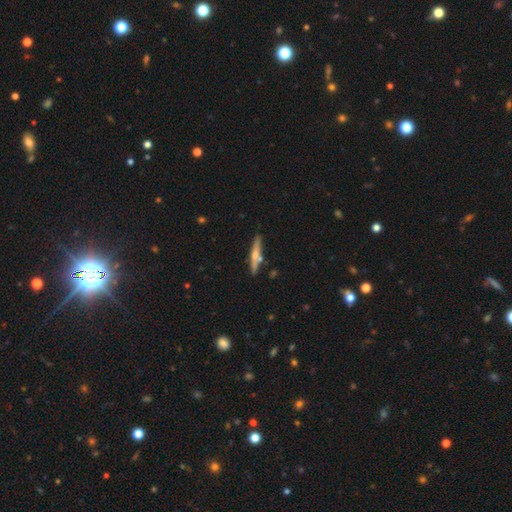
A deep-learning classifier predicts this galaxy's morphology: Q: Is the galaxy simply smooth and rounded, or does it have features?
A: featured or disk — 47%, tied with smooth.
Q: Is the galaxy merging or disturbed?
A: none — 77%.